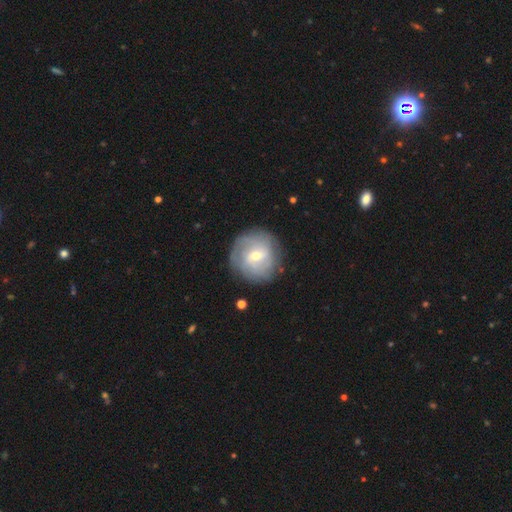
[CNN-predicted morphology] Smooth or featured?
  - featured or disk: 66% *
  - smooth: 27%
  - star or artifact: 7%
Edge-on disk?
  - no: 97% *
  - yes: 3%
Bar?
  - weak: 51% *
  - no: 35%
  - strong: 13%
Spiral arms?
  - yes: 82% *
  - no: 18%
Spiral winding?
  - tight: 55% *
  - medium: 31%
  - loose: 15%
Spiral arm count?
  - can't tell: 45% *
  - 2: 26%
  - 3: 13%
  - 4: 7%
  - 1: 5%
  - more than 4: 4%
Bulge size?
  - moderate: 49% *
  - small: 47%
  - large: 2%
  - none: 1%
  - dominant: 1%
Merging?
  - none: 80% *
  - minor disturbance: 13%
  - major disturbance: 5%
  - merger: 1%